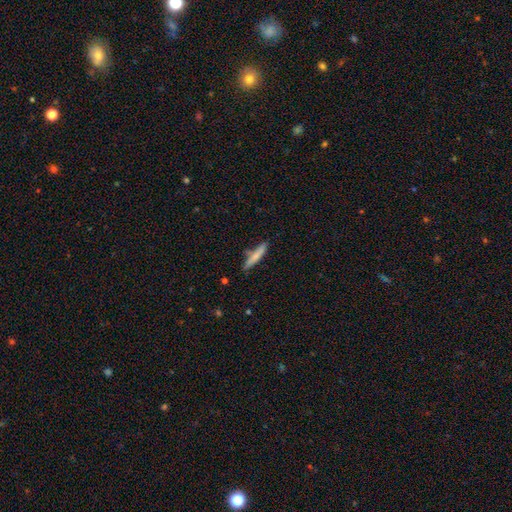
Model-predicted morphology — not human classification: Smooth or featured?
  - smooth: 68% *
  - featured or disk: 25%
  - star or artifact: 6%
How rounded?
  - cigar-shaped: 91% *
  - in between: 8%
  - round: 1%
Merging?
  - none: 73% *
  - minor disturbance: 15%
  - merger: 8%
  - major disturbance: 3%